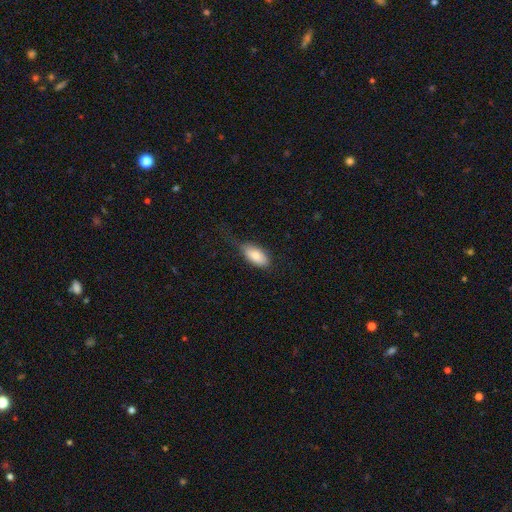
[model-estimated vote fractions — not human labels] smooth 80%, featured or disk 13%, star or artifact 7%. Down the decision tree: how rounded — in between (90%); merging — none (51%).